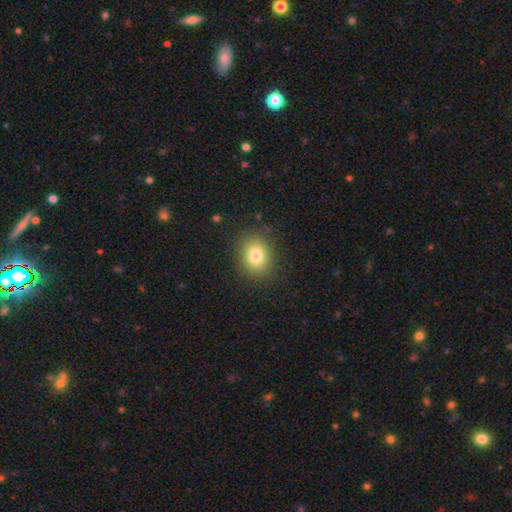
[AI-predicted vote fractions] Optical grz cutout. It shows a smooth galaxy with no disk features (80%) that is round (59%). Merging: none (86%).